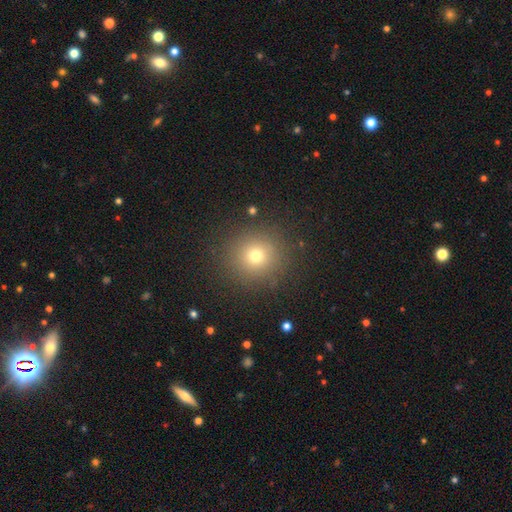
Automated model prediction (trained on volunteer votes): Smooth or featured: smooth — 71% (star or artifact — 19%)
How rounded: round — 91% (in between — 8%)
Merging: none — 88% (minor disturbance — 7%)